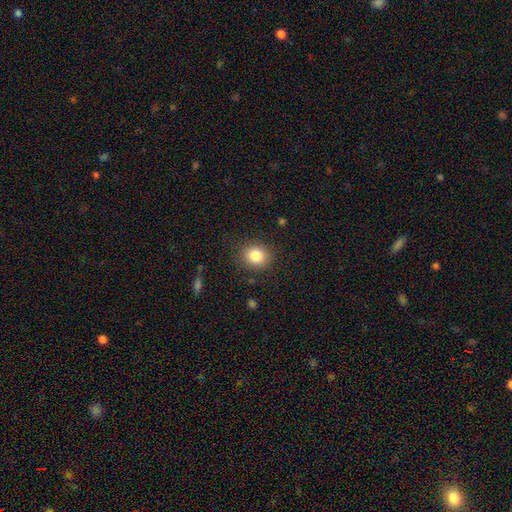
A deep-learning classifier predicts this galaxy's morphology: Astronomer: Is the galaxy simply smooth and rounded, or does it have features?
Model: smooth — 84%.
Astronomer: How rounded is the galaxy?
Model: round — 74%.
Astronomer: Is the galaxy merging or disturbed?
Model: none — 86%.